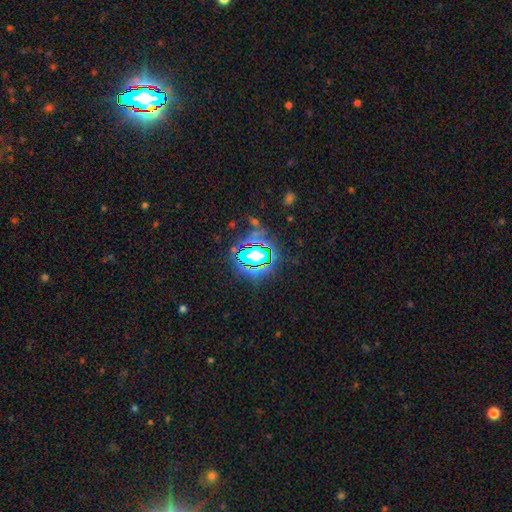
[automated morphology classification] This is likely a star or artifact rather than a galaxy (80%).